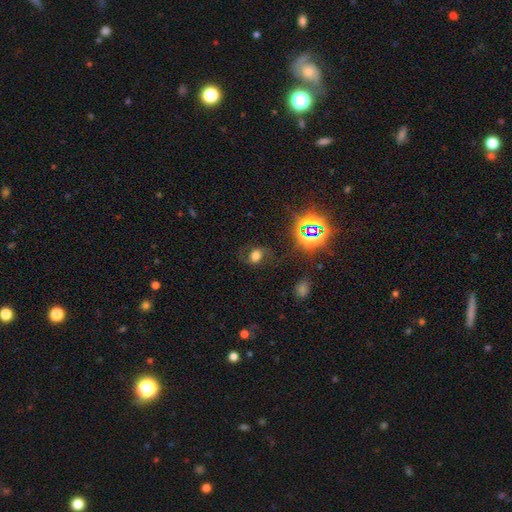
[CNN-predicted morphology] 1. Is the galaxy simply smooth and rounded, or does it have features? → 47% smooth, 30% featured or disk, 23% star or artifact.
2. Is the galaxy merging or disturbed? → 66% none, 18% minor disturbance, 14% major disturbance, 2% merger.